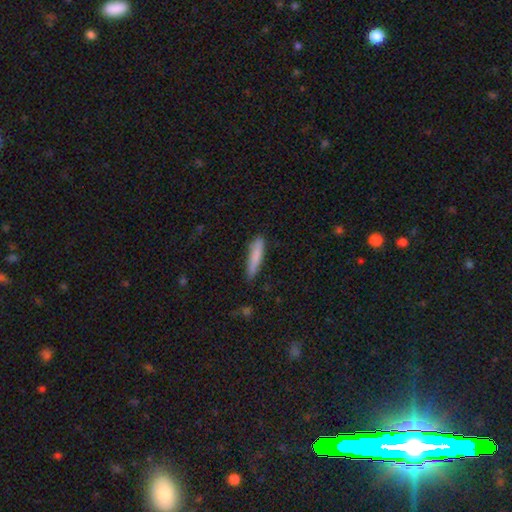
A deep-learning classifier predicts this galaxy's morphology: Smooth or featured: smooth — 81% (featured or disk — 13%)
How rounded: cigar-shaped — 85% (in between — 13%)
Merging: none — 80% (minor disturbance — 16%)